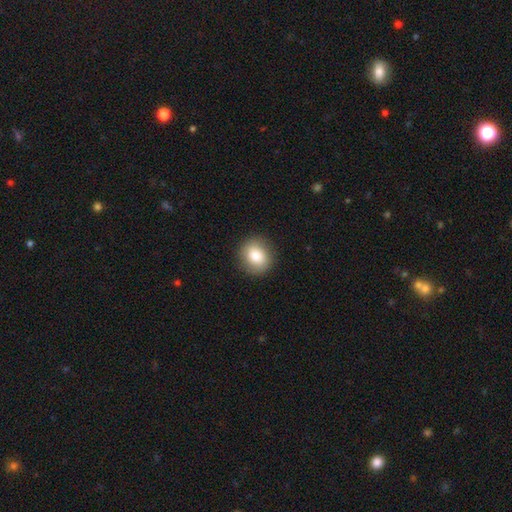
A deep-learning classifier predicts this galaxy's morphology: smooth-or-featured: smooth: 80% | featured or disk: 11% | star or artifact: 9%
  how-rounded: round: 83% | in between: 16% | cigar-shaped: 1%
  merging: none: 89% | minor disturbance: 7% | major disturbance: 2% | merger: 1%